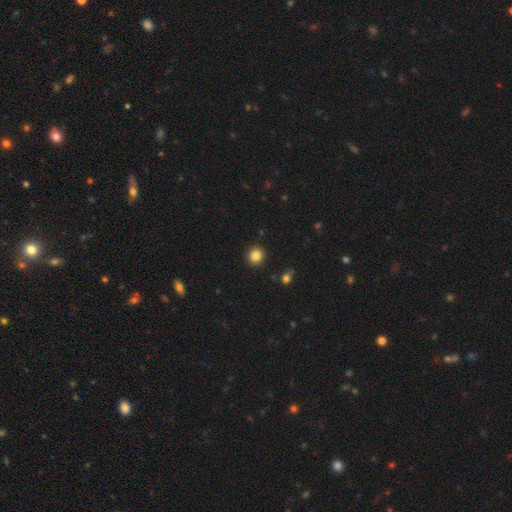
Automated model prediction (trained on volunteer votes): smooth-or-featured: smooth: 85% | star or artifact: 11% | featured or disk: 5%
  how-rounded: round: 89% | in between: 10% | cigar-shaped: 1%
  merging: none: 91% | minor disturbance: 6% | major disturbance: 2% | merger: 1%